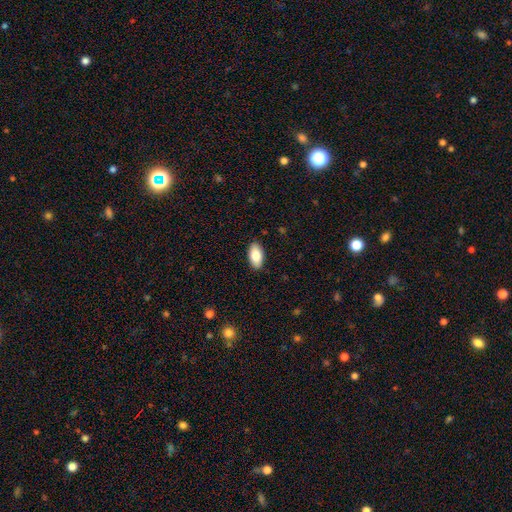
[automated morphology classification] smooth-or-featured: smooth: 83% | featured or disk: 10% | star or artifact: 6%
  how-rounded: in between: 94% | cigar-shaped: 4% | round: 3%
  merging: none: 89% | minor disturbance: 9% | major disturbance: 2% | merger: 1%